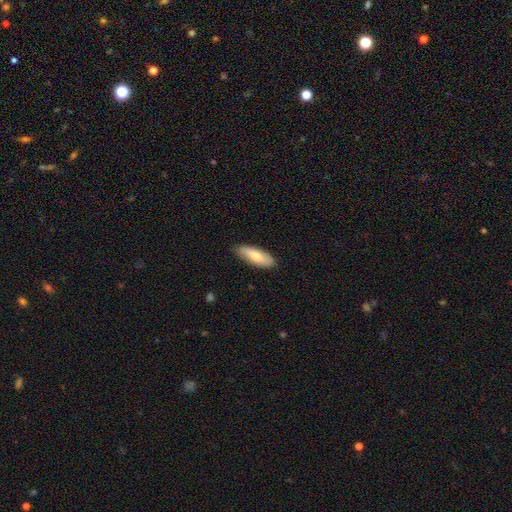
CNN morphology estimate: Smooth or featured: smooth — 69% (featured or disk — 26%)
How rounded: in between — 60% (cigar-shaped — 37%)
Merging: none — 85% (minor disturbance — 12%)